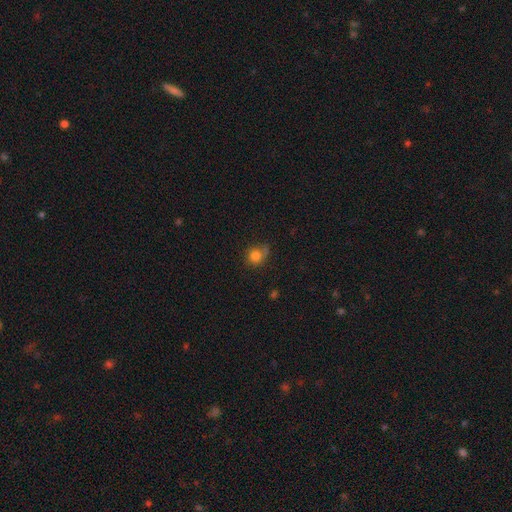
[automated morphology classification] smooth_or_featured: smooth (p=0.80) [alt: star or artifact p=0.11]
how_rounded: round (p=0.83) [alt: in between p=0.16]
merging: none (p=0.61) [alt: minor disturbance p=0.25]